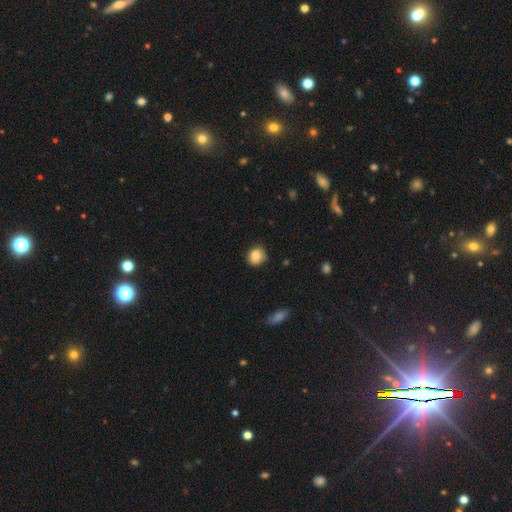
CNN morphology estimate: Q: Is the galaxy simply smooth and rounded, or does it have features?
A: smooth — 83%.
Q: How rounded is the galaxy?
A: round — 76%.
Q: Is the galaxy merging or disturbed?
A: none — 78%.